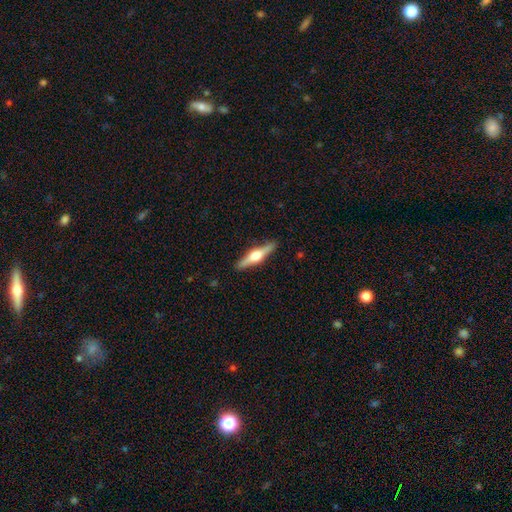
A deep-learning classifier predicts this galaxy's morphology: Smooth or featured: featured or disk — 69% (smooth — 26%)
Edge-on disk: yes — 97% (no — 3%)
Edge-on bulge: rounded — 94% (boxy — 5%)
Merging: none — 90% (minor disturbance — 7%)